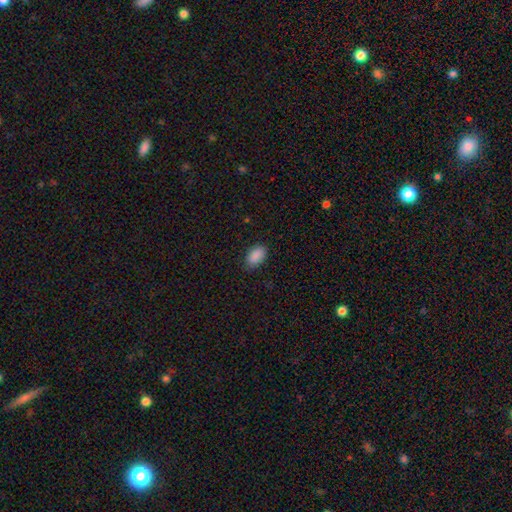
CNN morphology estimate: A smooth galaxy with no disk features (89%) that is in between round and cigar-shaped (93%). Merging: none (86%).